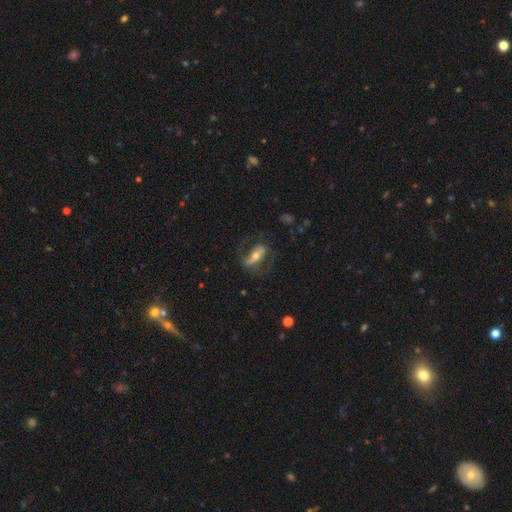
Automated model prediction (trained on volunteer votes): A featured or disk galaxy (64%) with a strong bar (58%), spiral arms (67%) and a moderate central bulge (59%).

Vote fractions:
- Smooth or featured? featured or disk: 64% / smooth: 29% / star or artifact: 7%
- Edge-on disk? no: 79% / yes: 21%
- Bar? strong: 58% / no: 21% / weak: 21%
- Spiral arms? yes: 67% / no: 33%
- Bulge size? moderate: 59% / small: 28% / large: 9% / none: 2% / dominant: 2%
- Merging? none: 61% / major disturbance: 19% / minor disturbance: 18% / merger: 2%